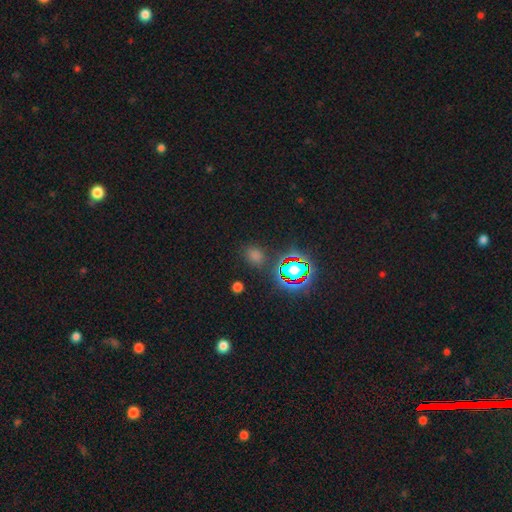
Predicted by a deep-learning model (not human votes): star or artifact 49%, smooth 45%, featured or disk 6%.